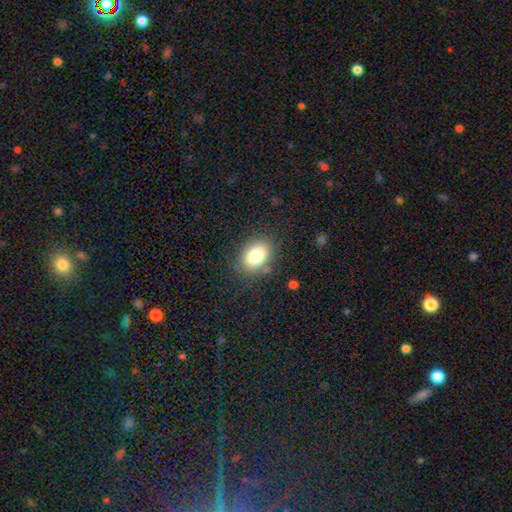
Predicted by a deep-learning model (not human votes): Smooth or featured? Predicted: smooth (p=0.80). How rounded? Predicted: in between (p=0.79). Merging? Predicted: none (p=0.81).